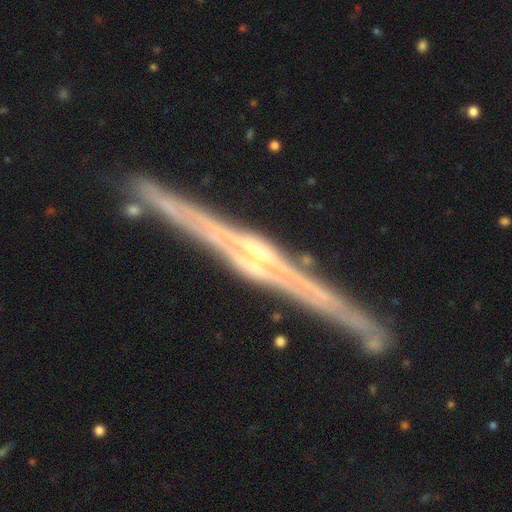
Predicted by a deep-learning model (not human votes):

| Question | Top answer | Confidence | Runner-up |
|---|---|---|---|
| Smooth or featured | featured or disk | 89% | star or artifact (6%) |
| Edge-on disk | yes | 98% | no (2%) |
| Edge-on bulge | rounded | 65% | boxy (18%) |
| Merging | none | 90% | minor disturbance (7%) |